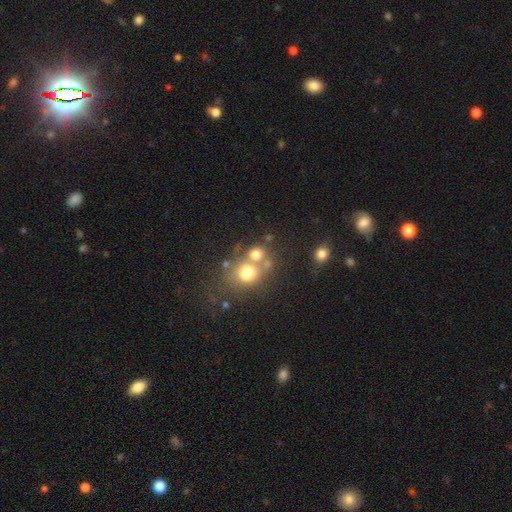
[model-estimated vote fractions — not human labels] Morphology: type=smooth (66%); roundness=round (75%); merging=none (44%).